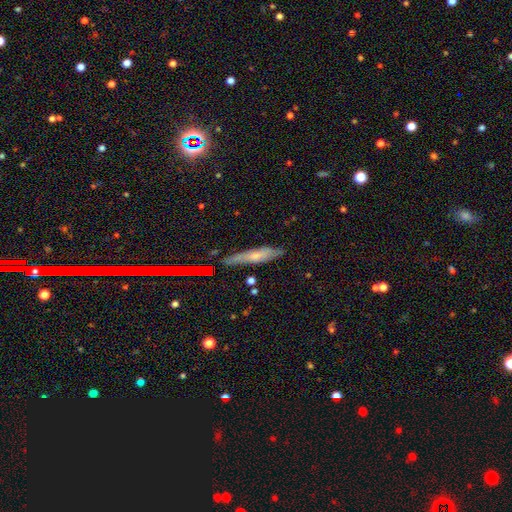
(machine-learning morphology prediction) This is possibly a smooth galaxy (50%). How rounded: clearly cigar-shaped (83%). Merging: likely none (77%).